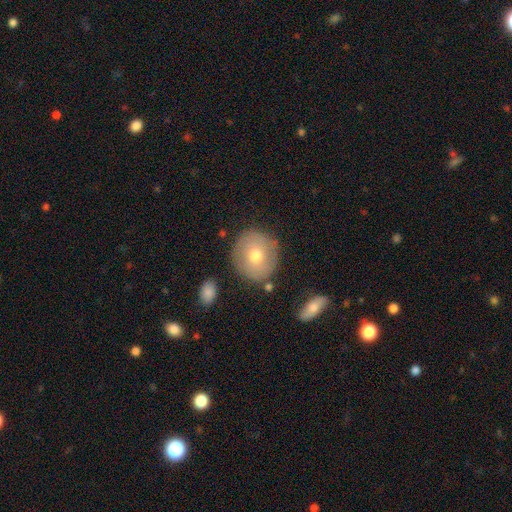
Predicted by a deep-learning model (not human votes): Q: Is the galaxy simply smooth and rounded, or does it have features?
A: smooth — 66%.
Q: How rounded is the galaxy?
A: round — 87%.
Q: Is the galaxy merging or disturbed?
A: none — 82%.